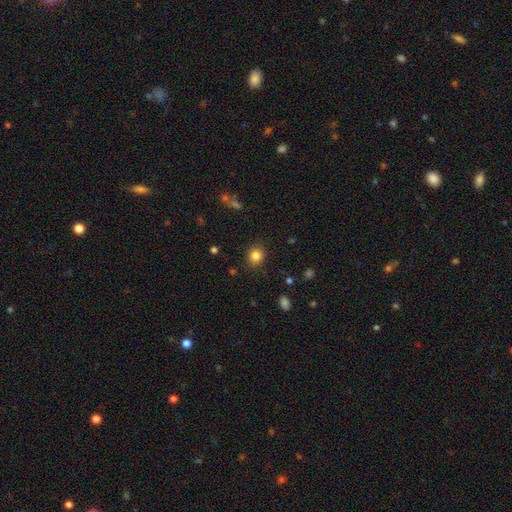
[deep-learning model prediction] Smooth or featured? smooth (83%)
How rounded? round (73%)
Merging? none (87%)